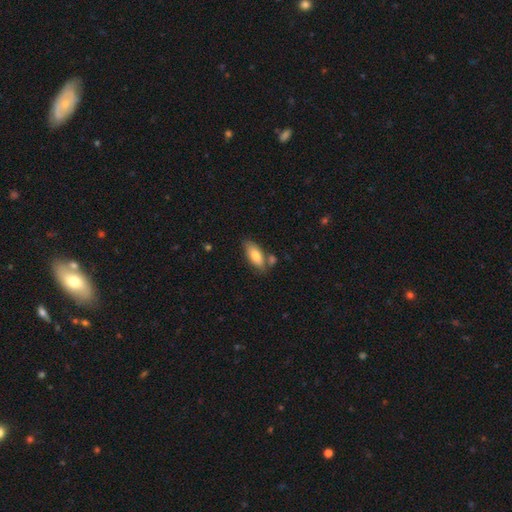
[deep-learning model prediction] This appears to be a smooth galaxy with no disk features (77%) that is in between round and cigar-shaped (81%). Merging: none (65%).